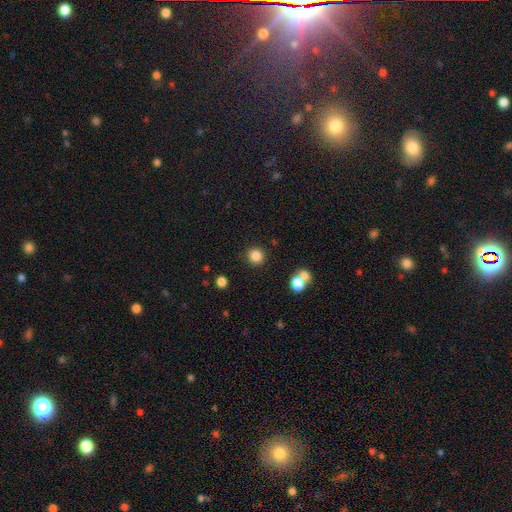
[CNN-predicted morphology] Smooth or featured?
  - smooth: 84% *
  - star or artifact: 11%
  - featured or disk: 4%
How rounded?
  - round: 91% *
  - in between: 8%
  - cigar-shaped: 1%
Merging?
  - none: 86% *
  - minor disturbance: 7%
  - merger: 4%
  - major disturbance: 3%